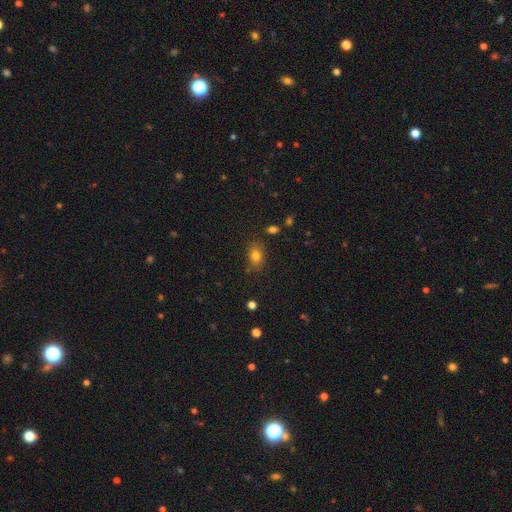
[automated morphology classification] The model was most divided on "how rounded": in between: 75%, round: 23%, cigar-shaped: 2%. More confident: smooth or featured — smooth (79%); merging — none (79%).